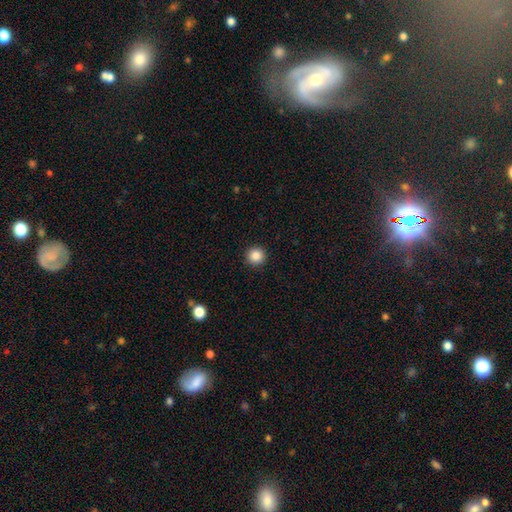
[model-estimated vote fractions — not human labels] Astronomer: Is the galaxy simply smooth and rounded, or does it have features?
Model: smooth — 87%.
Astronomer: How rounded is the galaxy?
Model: round — 95%.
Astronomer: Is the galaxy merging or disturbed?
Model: none — 93%.